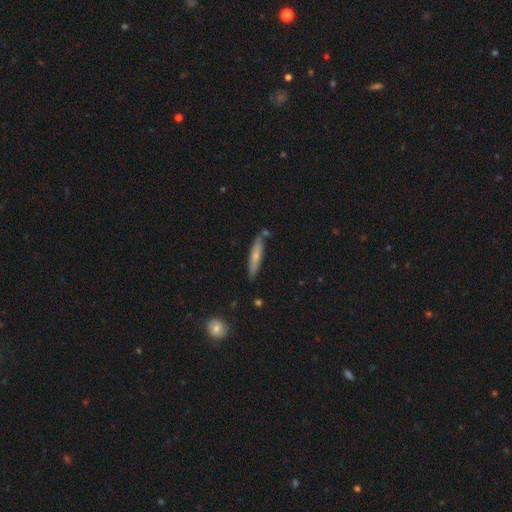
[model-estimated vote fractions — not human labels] Morphology: type=smooth (62%); roundness=cigar-shaped (89%); merging=none (79%).